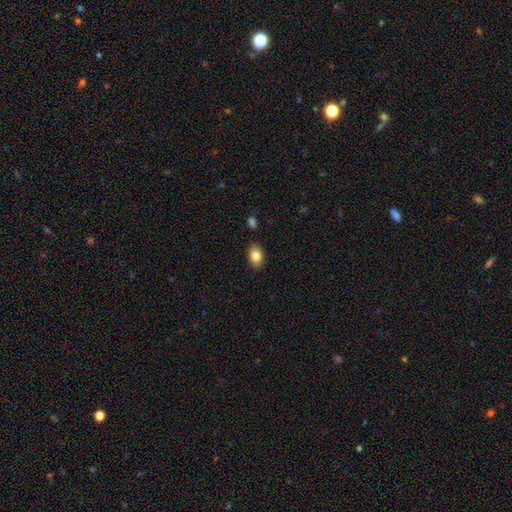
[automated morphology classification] Overall: smooth (83%). How rounded: in between (81%). Merging: none (85%).